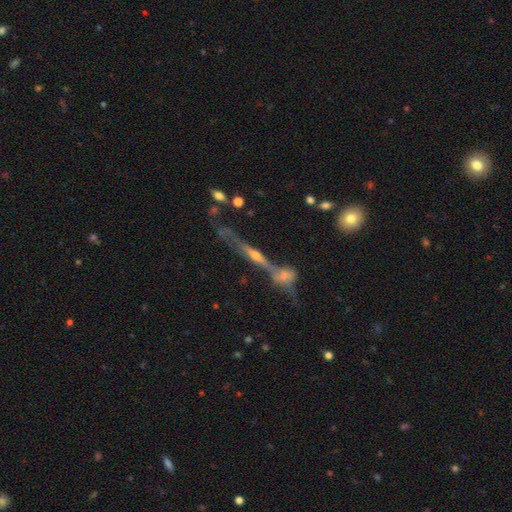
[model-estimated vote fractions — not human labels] smooth_or_featured: featured or disk (p=0.77) [alt: smooth p=0.13]
disk_edge_on: yes (p=0.89) [alt: no p=0.11]
edge_on_bulge: rounded (p=0.84) [alt: none p=0.10]
merging: none (p=0.45) [alt: merger p=0.33]